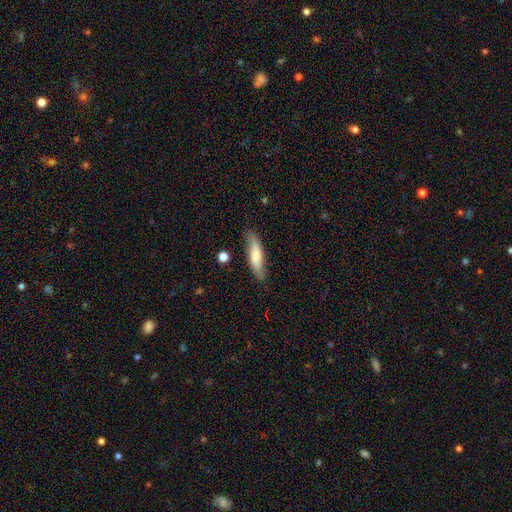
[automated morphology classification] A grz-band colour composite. It shows a smooth galaxy with no disk features (67%) that is cigar-shaped (69%). Merging: none (77%).